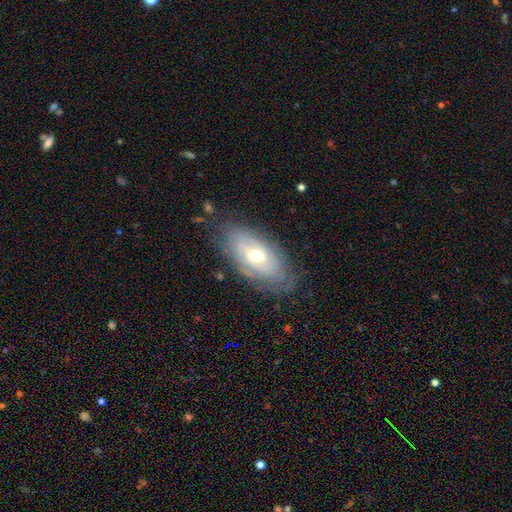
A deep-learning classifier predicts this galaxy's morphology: A featured or disk galaxy (70%) with no bar (51%), spiral arms (71%) and a moderate central bulge (71%).

Vote fractions:
- Smooth or featured? featured or disk: 70% / smooth: 24% / star or artifact: 6%
- Edge-on disk? no: 88% / yes: 12%
- Bar? no: 51% / weak: 37% / strong: 12%
- Spiral arms? yes: 71% / no: 29%
- Bulge size? moderate: 71% / small: 21% / large: 6% / dominant: 1% / none: 1%
- Merging? none: 72% / minor disturbance: 20% / major disturbance: 6% / merger: 1%